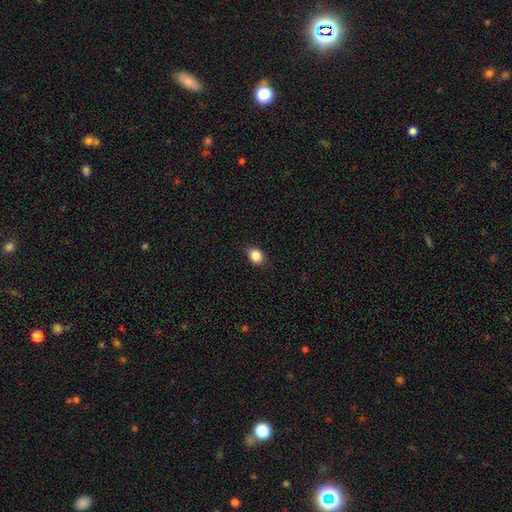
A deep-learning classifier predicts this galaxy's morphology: A smooth galaxy with no disk features (85%) that is in between round and cigar-shaped (49%, tied with round).

Vote fractions:
- Smooth or featured? smooth: 85% / star or artifact: 10% / featured or disk: 5%
- How rounded? in between: 49% (tied) / round: 49% (tied) / cigar-shaped: 1%
- Merging? none: 84% / minor disturbance: 12% / major disturbance: 3% / merger: 1%